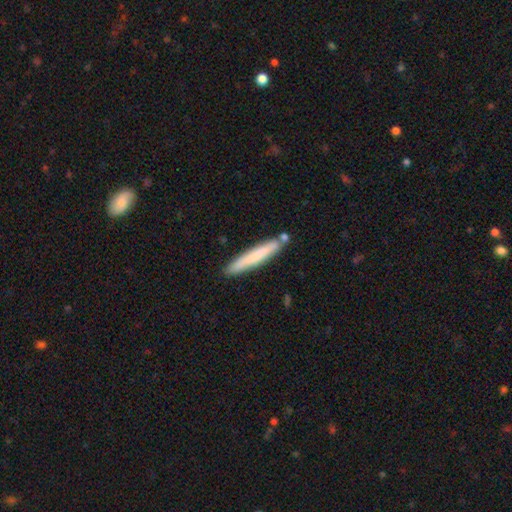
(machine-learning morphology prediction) type=smooth (71%); roundness=cigar-shaped (95%); merging=none (81%).